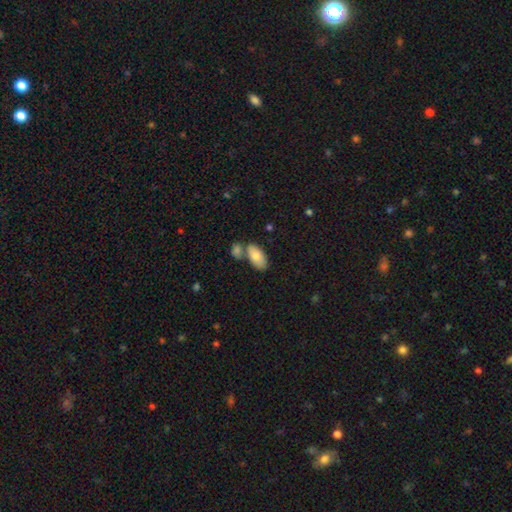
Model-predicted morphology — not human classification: type=smooth (80%); roundness=in between (94%); merging=none (56%).